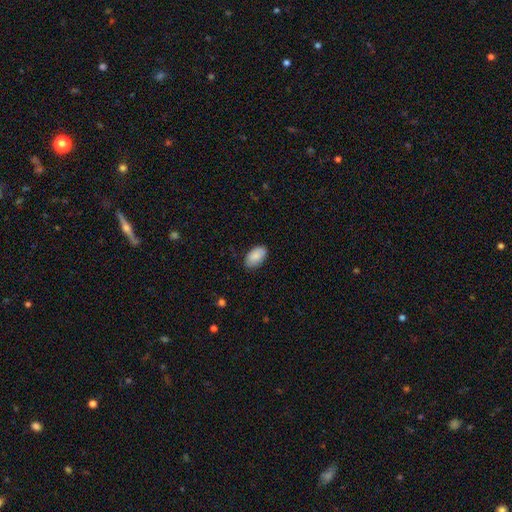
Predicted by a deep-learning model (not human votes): Smooth or featured: smooth — 88% (star or artifact — 6%)
How rounded: in between — 94% (round — 4%)
Merging: none — 82% (minor disturbance — 14%)